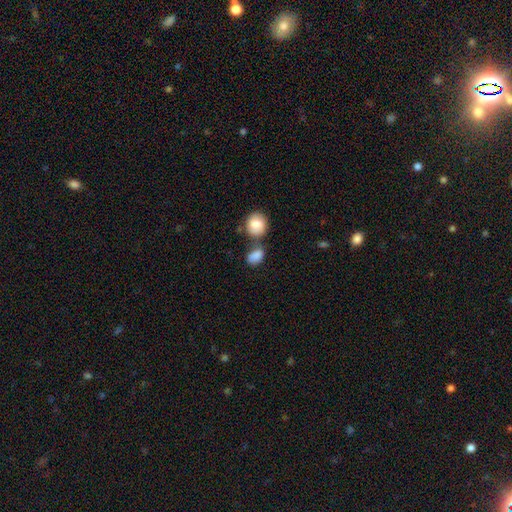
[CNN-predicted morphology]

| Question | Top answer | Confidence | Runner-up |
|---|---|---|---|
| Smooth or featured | smooth | 85% | star or artifact (8%) |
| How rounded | in between | 73% | round (25%) |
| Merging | none | 45% | merger (33%) |